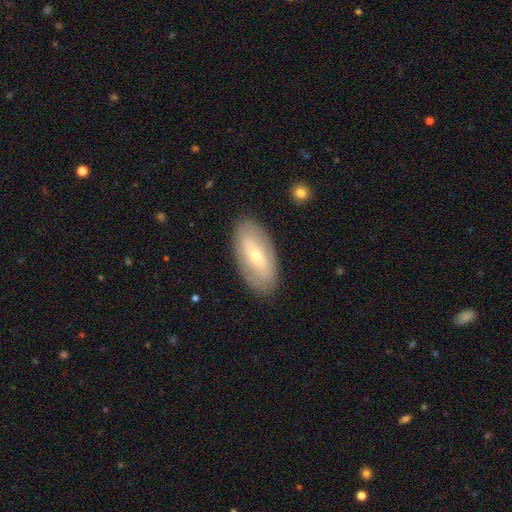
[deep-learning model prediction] featured or disk 55%, smooth 38%, star or artifact 6%. Down the decision tree: edge-on disk — no (87%); merging — none (85%).